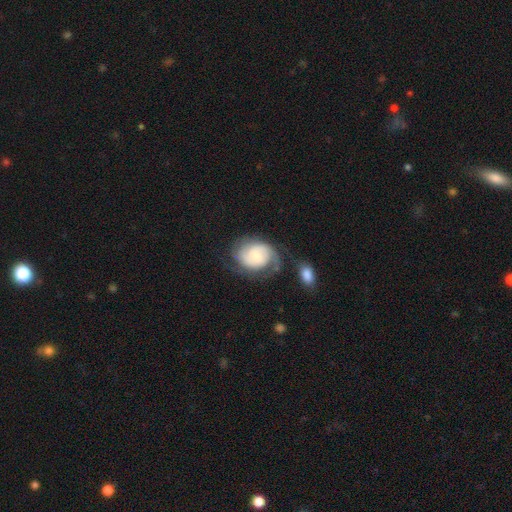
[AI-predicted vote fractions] smooth_or_featured: featured or disk (p=0.71) [alt: smooth p=0.23]
disk_edge_on: no (p=0.98) [alt: yes p=0.02]
bar: no (p=0.57) [alt: weak p=0.36]
has_spiral_arms: yes (p=0.92) [alt: no p=0.08]
spiral_winding: tight (p=0.47) [alt: medium p=0.38]
spiral_arm_count: 2 (p=0.58) [alt: can't tell p=0.20]
bulge_size: moderate (p=0.45) [alt: small p=0.42]
merging: none (p=0.51) [alt: minor disturbance p=0.22]